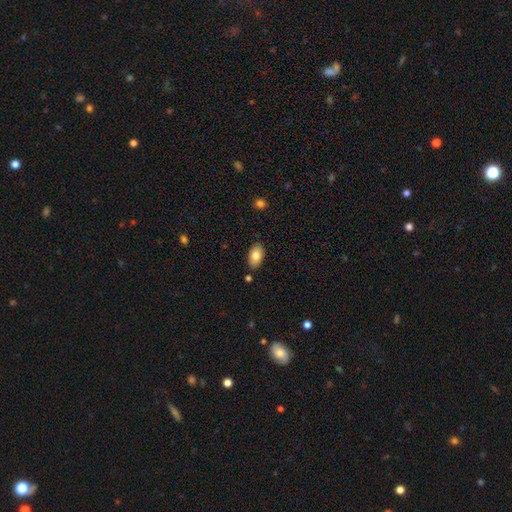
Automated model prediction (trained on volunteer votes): smooth-or-featured: smooth: 81% | featured or disk: 12% | star or artifact: 7%
  how-rounded: in between: 93% | round: 6% | cigar-shaped: 2%
  merging: none: 82% | minor disturbance: 12% | merger: 3% | major disturbance: 2%